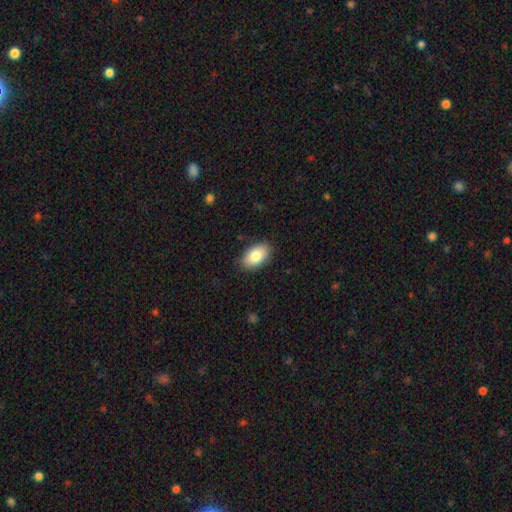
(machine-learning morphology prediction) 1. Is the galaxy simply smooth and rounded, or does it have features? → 83% smooth, 11% featured or disk, 7% star or artifact.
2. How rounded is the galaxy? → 93% in between, 5% round, 1% cigar-shaped.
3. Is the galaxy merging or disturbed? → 85% none, 11% minor disturbance, 2% major disturbance, 1% merger.